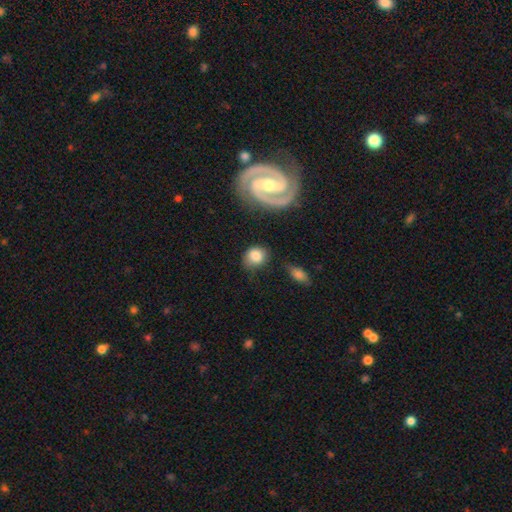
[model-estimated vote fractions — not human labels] Morphology: type=smooth (76%); roundness=round (74%); merging=none (67%).